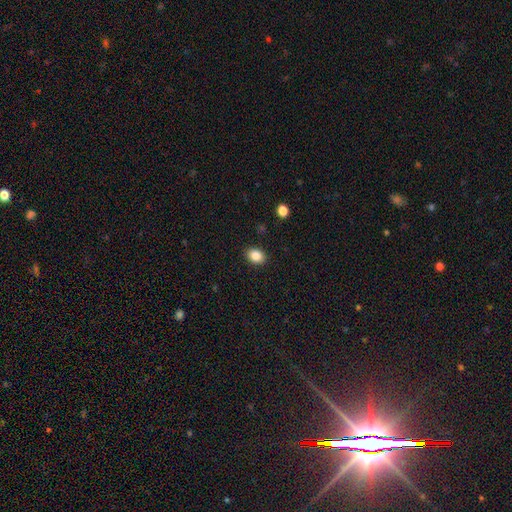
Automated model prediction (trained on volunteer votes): This is clearly a smooth galaxy (86%). How rounded: likely in between (69%). Merging: clearly none (90%).